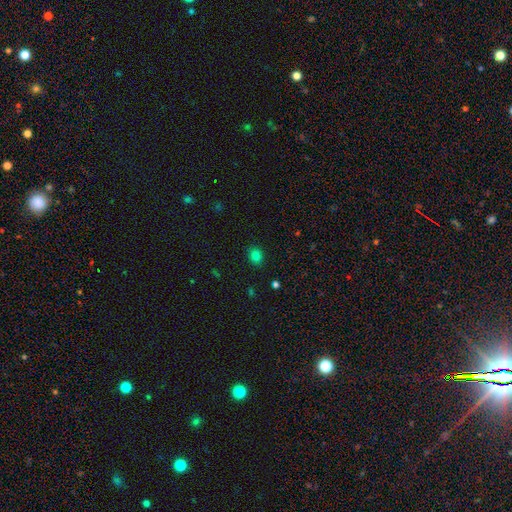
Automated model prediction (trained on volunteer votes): Overall: smooth (80%). How rounded: round (58%; in between 41%). Merging: none (88%).